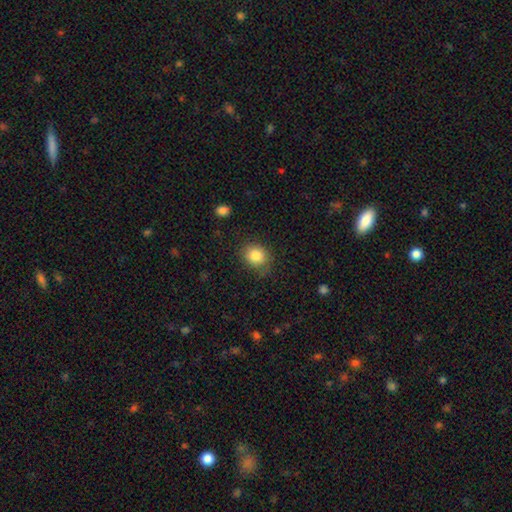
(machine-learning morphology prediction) Overall: smooth (83%). How rounded: round (67%; in between 32%). Merging: none (76%).